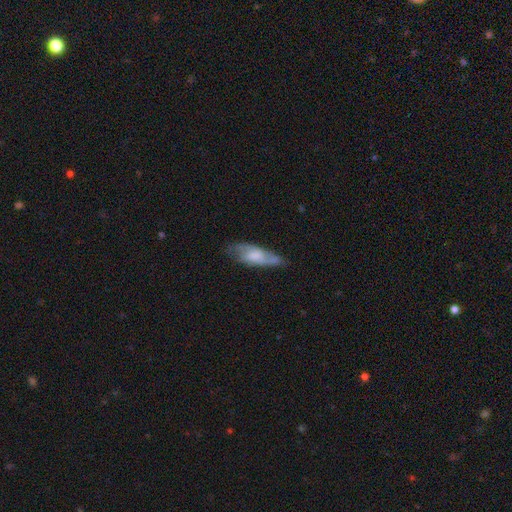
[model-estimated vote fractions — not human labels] smooth_or_featured: smooth (p=0.50) [alt: featured or disk p=0.44]
merging: none (p=0.60) [alt: minor disturbance p=0.29]